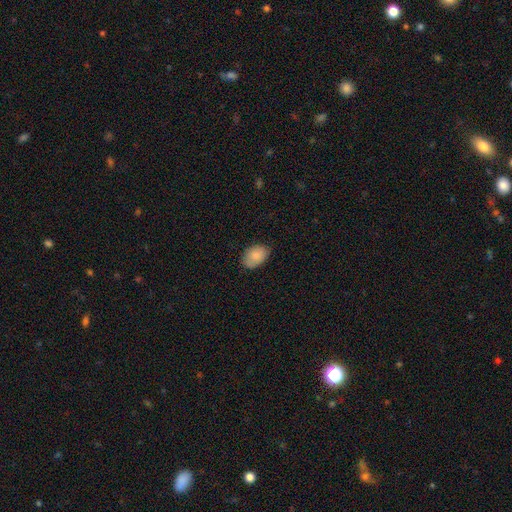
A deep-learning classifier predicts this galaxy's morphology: type=smooth (86%); roundness=in between (84%); merging=none (77%).